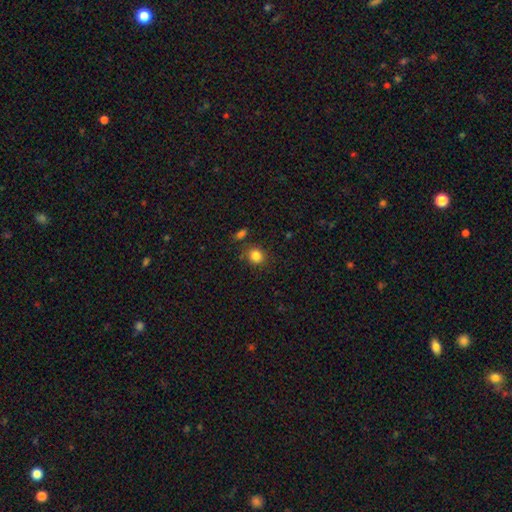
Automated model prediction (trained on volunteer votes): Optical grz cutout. It shows a smooth galaxy with no disk features (84%) that is round (81%). Merging: none (80%).